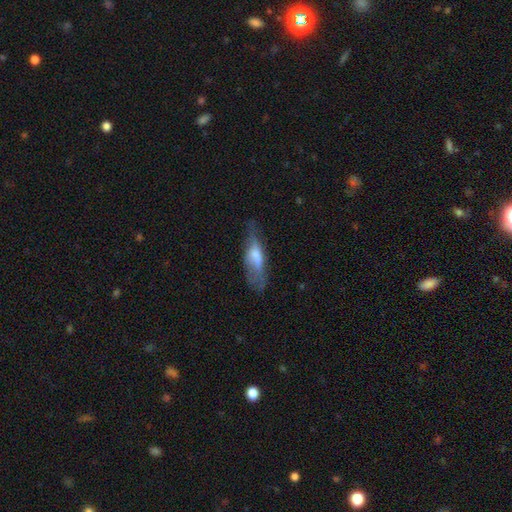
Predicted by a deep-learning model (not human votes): Q: Smooth or featured?
A: smooth (60%); runner-up: featured or disk (33%)
Q: How rounded?
A: in between (57%); runner-up: cigar-shaped (41%)
Q: Merging?
A: none (45%); runner-up: minor disturbance (31%)